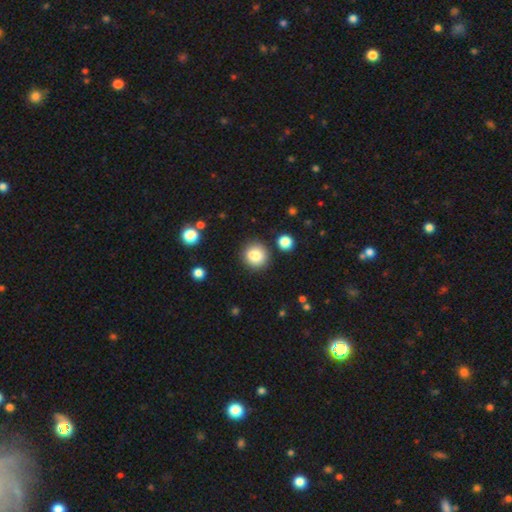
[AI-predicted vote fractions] This appears to be a smooth galaxy with no disk features (83%) that is round (88%). Merging: none (82%).